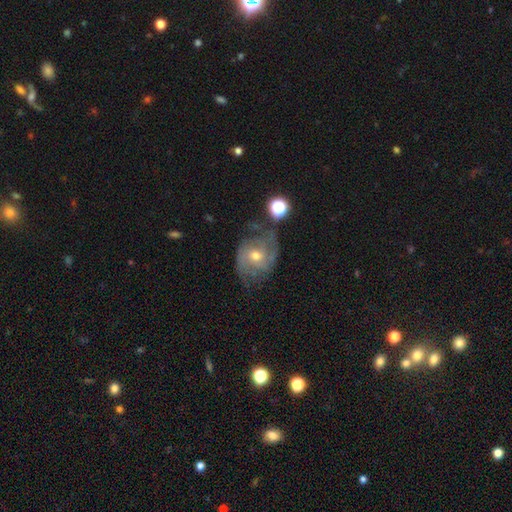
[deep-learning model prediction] smooth_or_featured: featured or disk (p=0.77) [alt: smooth p=0.14]
disk_edge_on: no (p=0.97) [alt: yes p=0.03]
bar: no (p=0.64) [alt: weak p=0.30]
has_spiral_arms: yes (p=0.92) [alt: no p=0.08]
spiral_winding: medium (p=0.44) [alt: tight p=0.32]
spiral_arm_count: 2 (p=0.59) [alt: can't tell p=0.18]
bulge_size: moderate (p=0.56) [alt: small p=0.40]
merging: none (p=0.59) [alt: minor disturbance p=0.23]